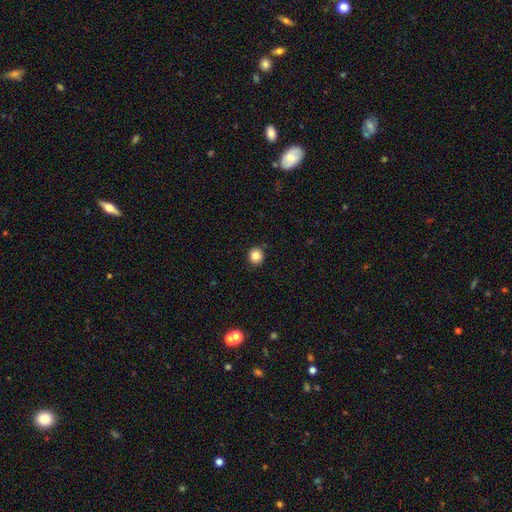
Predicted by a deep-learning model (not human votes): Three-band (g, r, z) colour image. It shows a smooth galaxy with no disk features (83%) that is round (91%). Merging: none (92%).